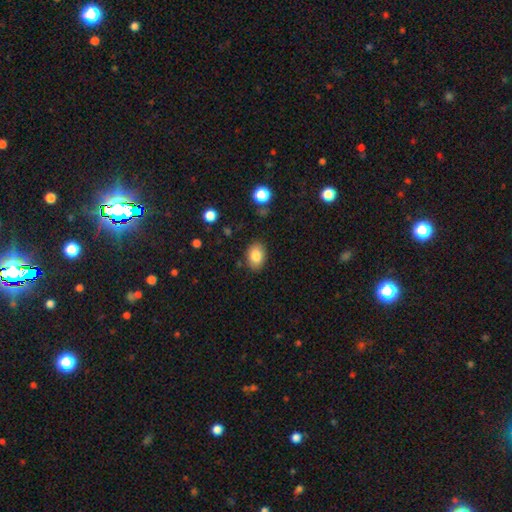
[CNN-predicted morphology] Smooth or featured? Predicted: smooth (p=0.83). How rounded? Predicted: in between (p=0.73). Merging? Predicted: none (p=0.85).